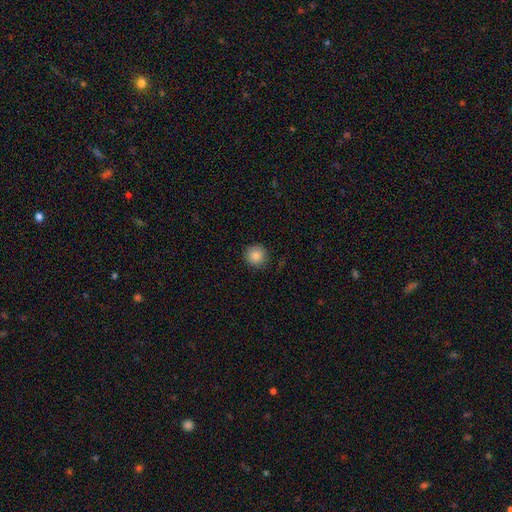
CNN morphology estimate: Smooth or featured?
  - smooth: 86% *
  - star or artifact: 10%
  - featured or disk: 4%
How rounded?
  - round: 95% *
  - in between: 4%
  - cigar-shaped: 1%
Merging?
  - none: 88% *
  - minor disturbance: 9%
  - major disturbance: 2%
  - merger: 1%